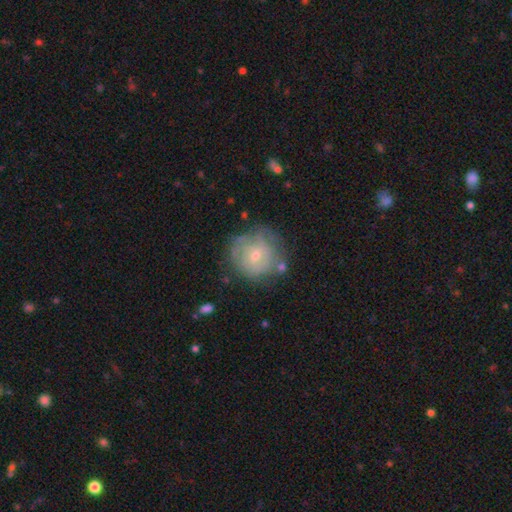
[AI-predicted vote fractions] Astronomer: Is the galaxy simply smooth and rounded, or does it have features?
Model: featured or disk — 60%.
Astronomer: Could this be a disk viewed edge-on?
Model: no — 97%.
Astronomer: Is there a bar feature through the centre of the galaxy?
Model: no — 68%.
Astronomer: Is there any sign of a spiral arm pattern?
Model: yes — 74%.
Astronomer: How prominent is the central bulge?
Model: small — 63%.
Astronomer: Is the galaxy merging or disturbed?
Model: none — 67%.